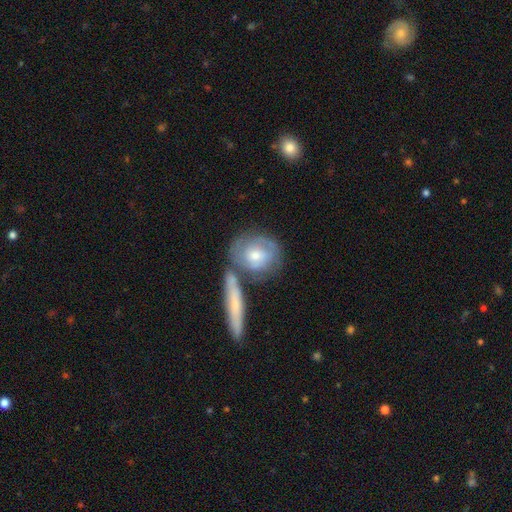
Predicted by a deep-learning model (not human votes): featured or disk 47% (tied), smooth 47% (tied), star or artifact 6%. Down the decision tree: merging — none (48%).